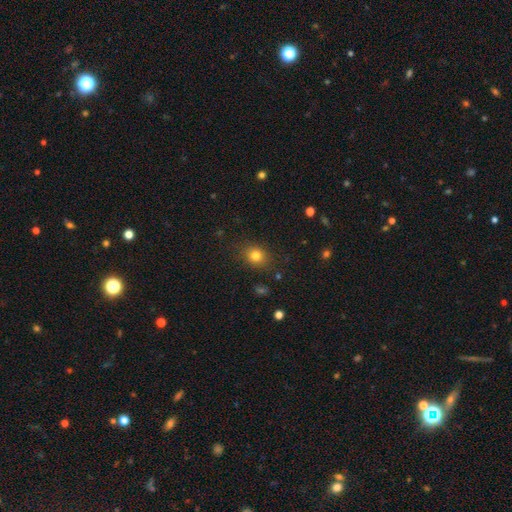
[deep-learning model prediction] A smooth galaxy with no disk features (79%) that is round (64%). Merging: none (85%).